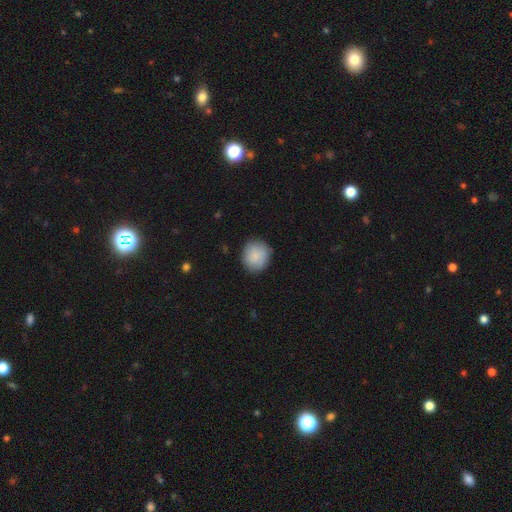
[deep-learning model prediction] This appears to be a smooth galaxy with no disk features (84%) that is round (85%). Merging: none (84%).